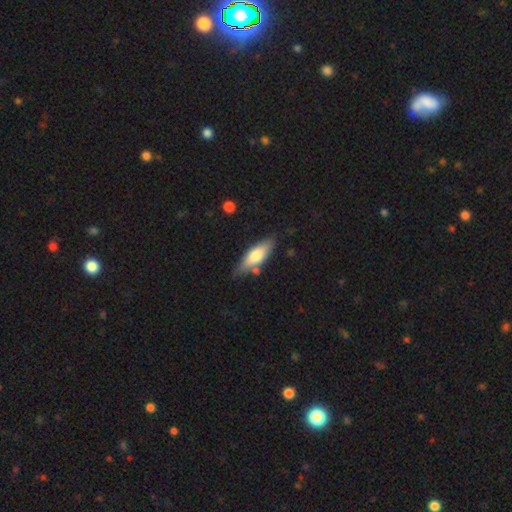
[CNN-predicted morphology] The model was most divided on "how rounded": in between: 60%, cigar-shaped: 38%, round: 2%. More confident: merging — none (74%); smooth or featured — smooth (69%).